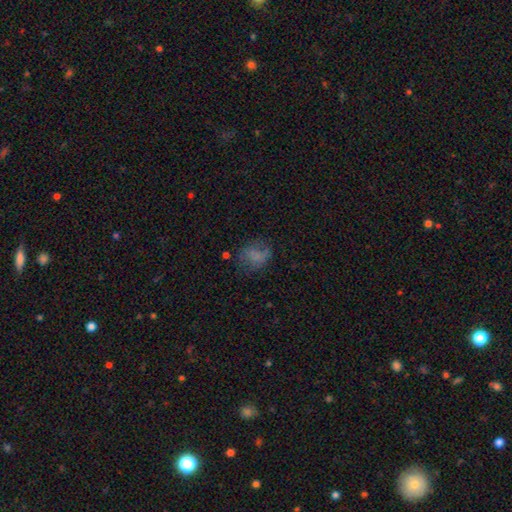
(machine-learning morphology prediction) Smooth or featured? Predicted: smooth (p=0.63). How rounded? Predicted: in between (p=0.54). Merging? Predicted: none (p=0.54).